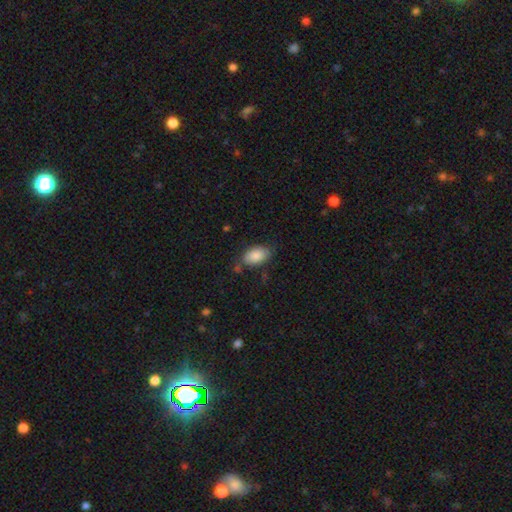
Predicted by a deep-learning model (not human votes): This is clearly a smooth galaxy (85%). How rounded: clearly in between (93%). Merging: likely none (68%).